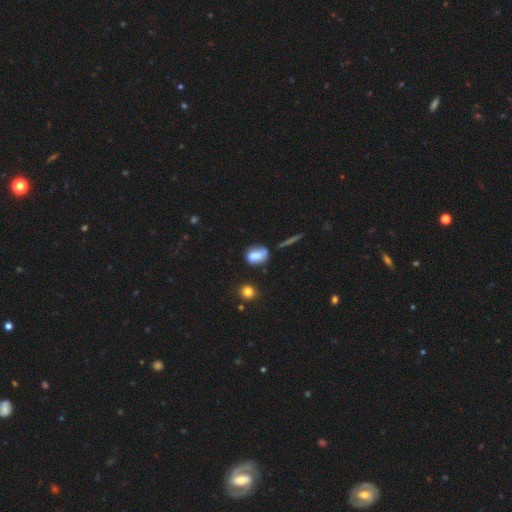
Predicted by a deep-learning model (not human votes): Morphology: type=smooth (72%); roundness=in between (73%); merging=none (49%).